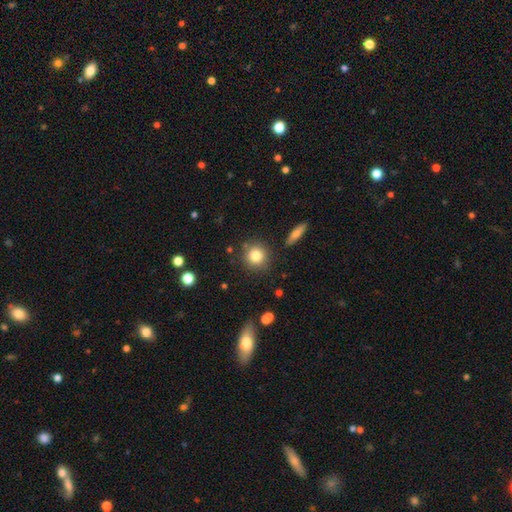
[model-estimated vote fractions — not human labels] This is clearly a smooth galaxy (82%). How rounded: clearly round (91%). Merging: clearly none (85%).